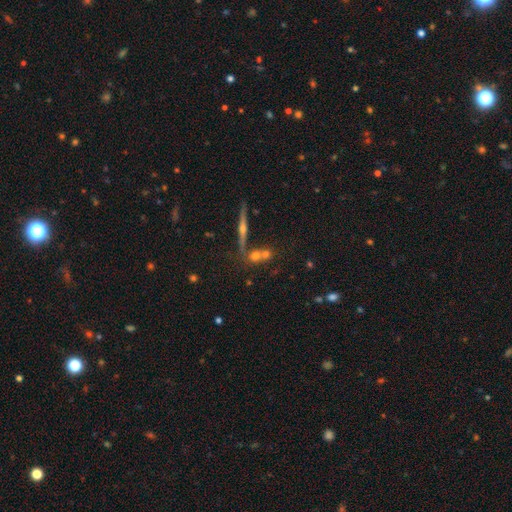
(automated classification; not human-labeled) This appears to be a smooth galaxy with no disk features (50%). Merging: none (53%).